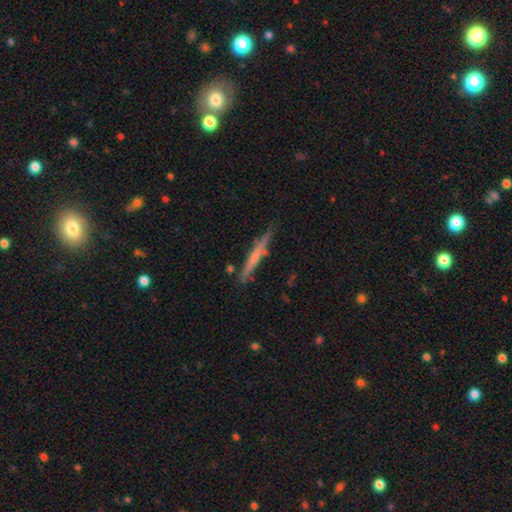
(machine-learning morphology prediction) smooth-or-featured: featured or disk: 52% | smooth: 42% | star or artifact: 6%
  disk-edge-on: yes: 95% | no: 5%
  merging: none: 80% | minor disturbance: 14% | merger: 3% | major disturbance: 3%